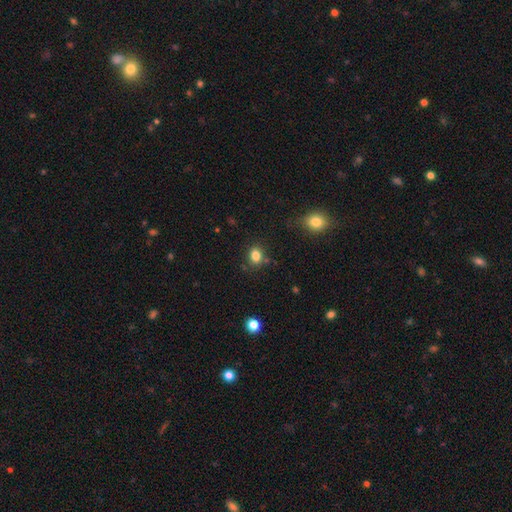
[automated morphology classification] Smooth or featured? Predicted: smooth (p=0.82). How rounded? Predicted: round (p=0.53). Merging? Predicted: none (p=0.79).